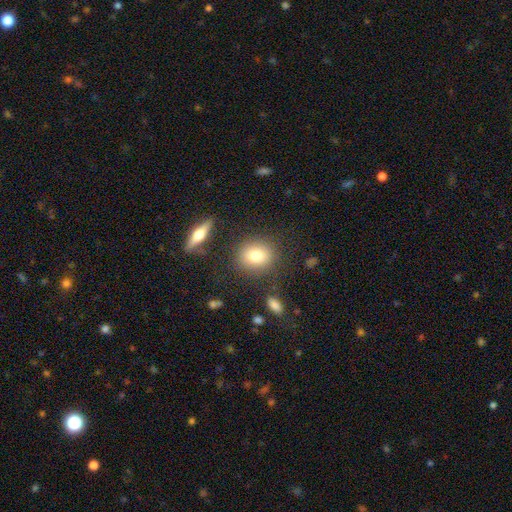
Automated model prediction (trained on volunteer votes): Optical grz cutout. It shows a smooth galaxy with no disk features (78%) that is round (71%). Merging: none (82%).